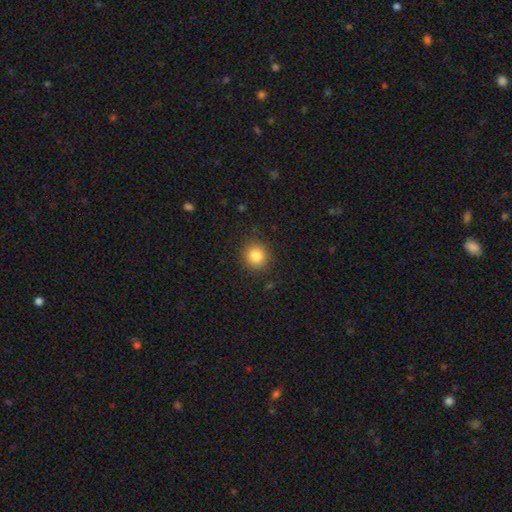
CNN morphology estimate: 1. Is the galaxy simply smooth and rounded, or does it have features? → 84% smooth, 10% star or artifact, 6% featured or disk.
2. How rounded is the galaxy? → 89% round, 11% in between, 1% cigar-shaped.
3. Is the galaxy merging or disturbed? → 89% none, 8% minor disturbance, 2% major disturbance, 1% merger.